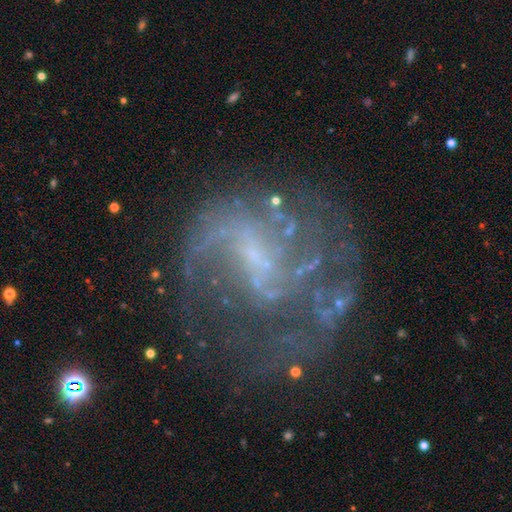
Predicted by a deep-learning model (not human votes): This is likely a featured or disk galaxy (79%). It is clearly not viewed edge-on (98%). Bar: possibly weak (46%). Spiral arm pattern: likely yes (79%). Spiral arm count: marginally can't tell (31%). Spiral winding: marginally loose (42%). Central bulge: possibly small (49%). Merging: possibly none (49%).